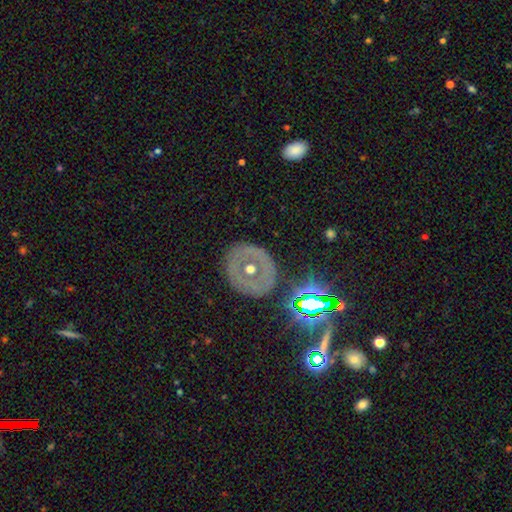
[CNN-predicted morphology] featured or disk 47%, smooth 30%, star or artifact 23%. Down the decision tree: merging — none (80%).